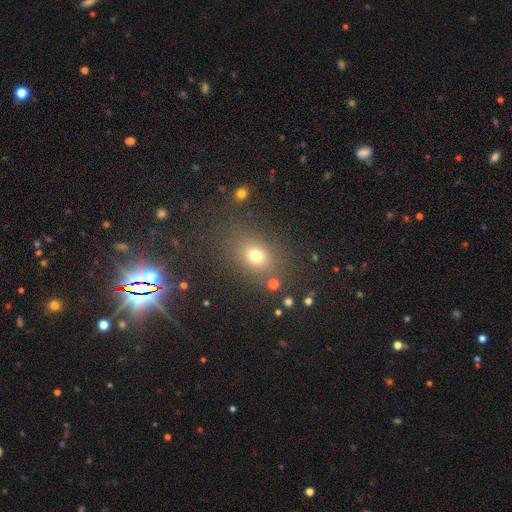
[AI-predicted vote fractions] Q: Smooth or featured?
A: smooth (72%); runner-up: star or artifact (18%)
Q: How rounded?
A: in between (55%); runner-up: round (43%)
Q: Merging?
A: none (78%); runner-up: minor disturbance (12%)